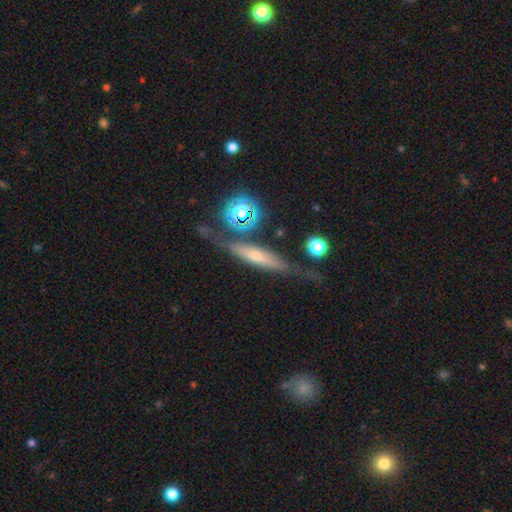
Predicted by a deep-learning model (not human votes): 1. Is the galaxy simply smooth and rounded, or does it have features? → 51% featured or disk, 37% smooth, 12% star or artifact.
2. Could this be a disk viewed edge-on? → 82% yes, 18% no.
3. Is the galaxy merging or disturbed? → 66% none, 19% minor disturbance, 9% major disturbance, 6% merger.